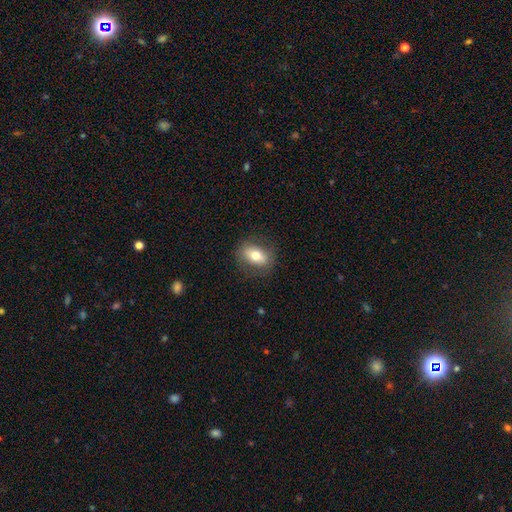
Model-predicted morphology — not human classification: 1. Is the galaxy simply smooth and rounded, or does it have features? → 69% smooth, 24% featured or disk, 8% star or artifact.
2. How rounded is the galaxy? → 78% in between, 17% round, 4% cigar-shaped.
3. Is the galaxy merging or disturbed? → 82% none, 12% minor disturbance, 4% major disturbance, 1% merger.